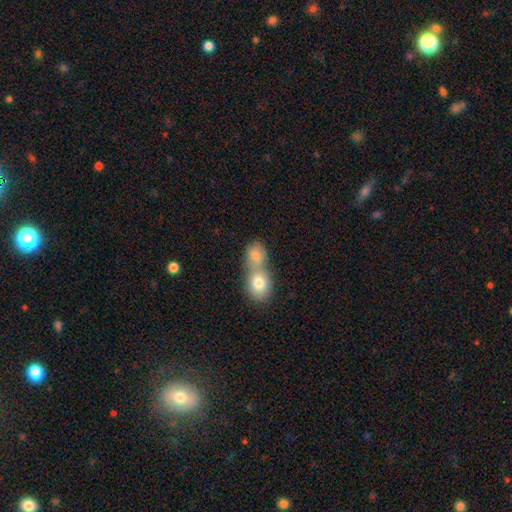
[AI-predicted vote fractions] smooth 78%, featured or disk 12%, star or artifact 9%. Down the decision tree: how rounded — round (53%); merging — merger (72%).